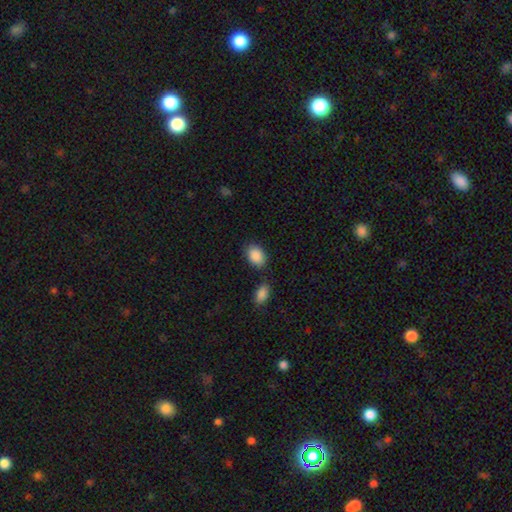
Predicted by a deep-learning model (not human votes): Smooth or featured? Predicted: smooth (p=0.90). How rounded? Predicted: in between (p=0.81). Merging? Predicted: none (p=0.72).